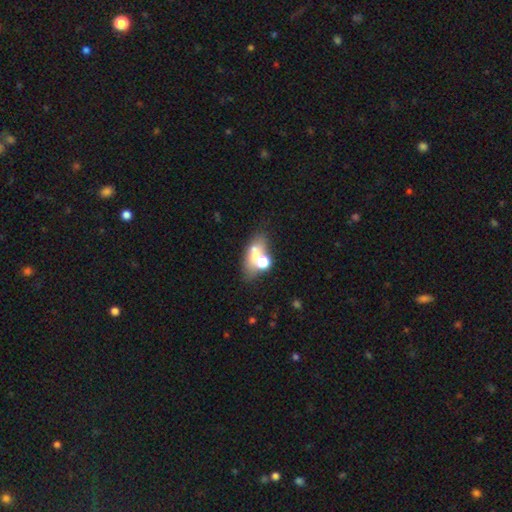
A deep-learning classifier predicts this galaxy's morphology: Smooth or featured? smooth (52%)
How rounded? in between (69%)
Merging? none (41%)